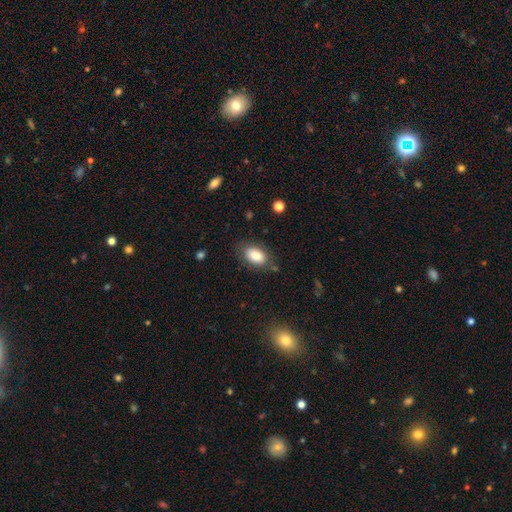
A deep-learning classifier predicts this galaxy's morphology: smooth 84%, featured or disk 8%, star or artifact 7%. Down the decision tree: how rounded — in between (91%); merging — none (78%).